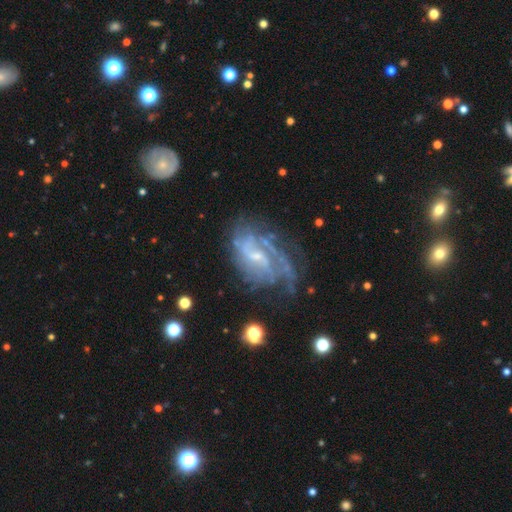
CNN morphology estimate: smooth_or_featured: featured or disk (p=0.81) [alt: smooth p=0.10]
disk_edge_on: no (p=0.96) [alt: yes p=0.04]
bar: weak (p=0.50) [alt: no p=0.35]
has_spiral_arms: yes (p=0.87) [alt: no p=0.13]
spiral_winding: tight (p=0.42) [alt: medium p=0.40]
spiral_arm_count: can't tell (p=0.44) [alt: 2 p=0.22]
bulge_size: small (p=0.63) [alt: moderate p=0.23]
merging: none (p=0.46) [alt: major disturbance p=0.25]